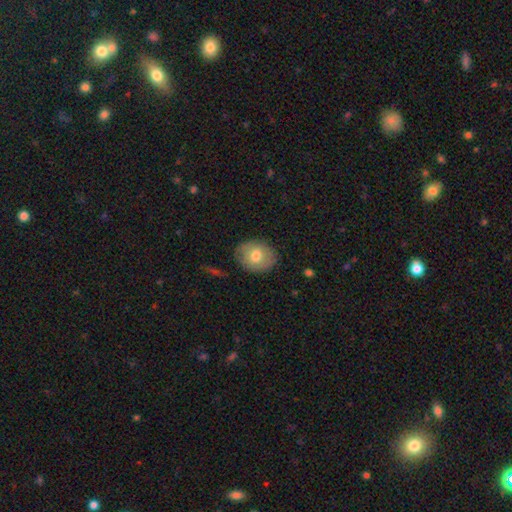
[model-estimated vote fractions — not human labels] Q: Smooth or featured?
A: smooth (70%); runner-up: featured or disk (23%)
Q: How rounded?
A: round (50%); runner-up: in between (49%)
Q: Merging?
A: none (83%); runner-up: minor disturbance (13%)